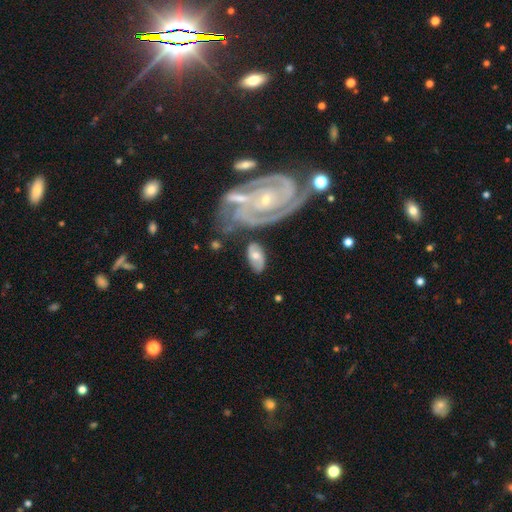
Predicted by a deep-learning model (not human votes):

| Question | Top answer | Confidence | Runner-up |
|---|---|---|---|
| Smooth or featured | featured or disk | 57% | smooth (37%) |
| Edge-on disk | no | 92% | yes (8%) |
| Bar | no | 54% | weak (32%) |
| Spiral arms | yes | 82% | no (18%) |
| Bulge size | moderate | 51% | small (41%) |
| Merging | none | 60% | minor disturbance (20%) |